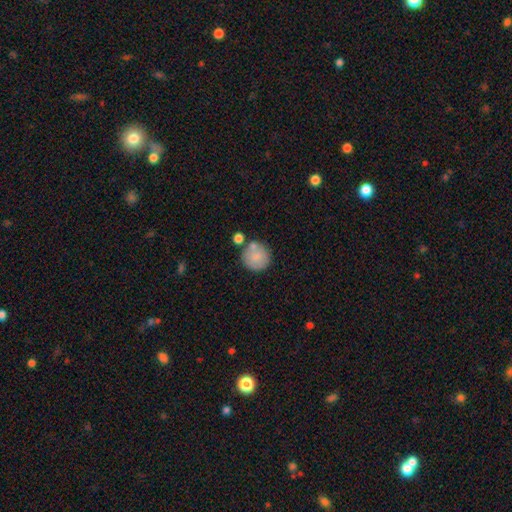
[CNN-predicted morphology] This appears to be a smooth galaxy with no disk features (81%) that is round (93%). Merging: none (68%).